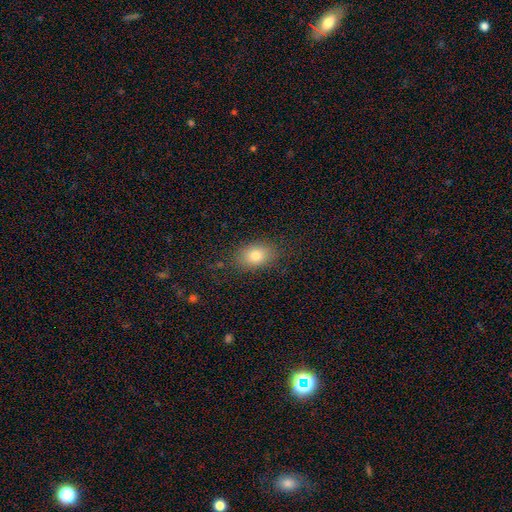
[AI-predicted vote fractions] Morphology: type=smooth (80%); roundness=in between (81%); merging=none (84%).